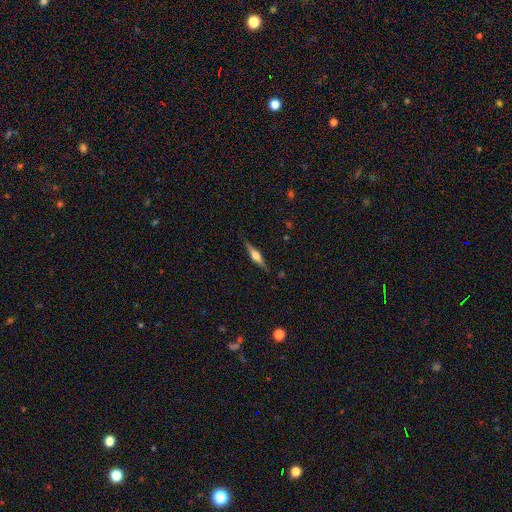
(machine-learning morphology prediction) This is likely a featured or disk galaxy (69%). It is clearly viewed edge-on (97%). Edge-on bulge: clearly rounded (87%). Merging: clearly none (87%).